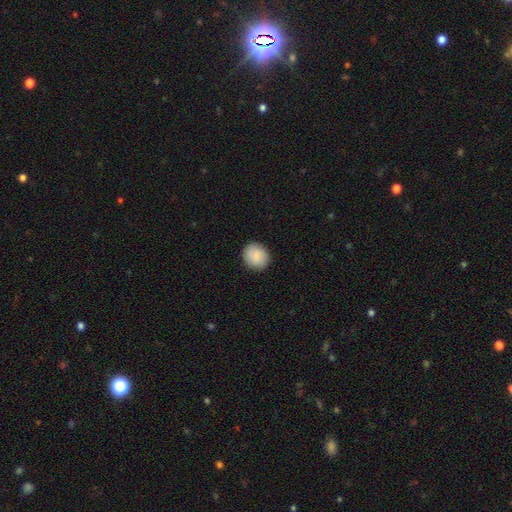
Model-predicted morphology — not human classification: smooth 87%, featured or disk 7%, star or artifact 6%. Down the decision tree: how rounded — round (80%); merging — none (89%).